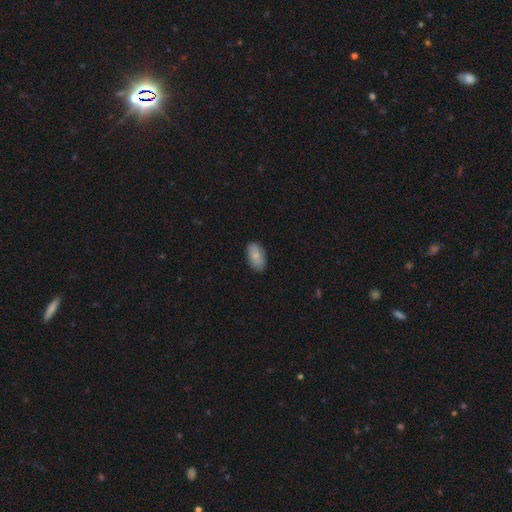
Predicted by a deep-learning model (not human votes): Smooth or featured?
  - smooth: 83% *
  - featured or disk: 10%
  - star or artifact: 6%
How rounded?
  - in between: 94% *
  - round: 4%
  - cigar-shaped: 2%
Merging?
  - none: 85% *
  - minor disturbance: 12%
  - major disturbance: 2%
  - merger: 1%